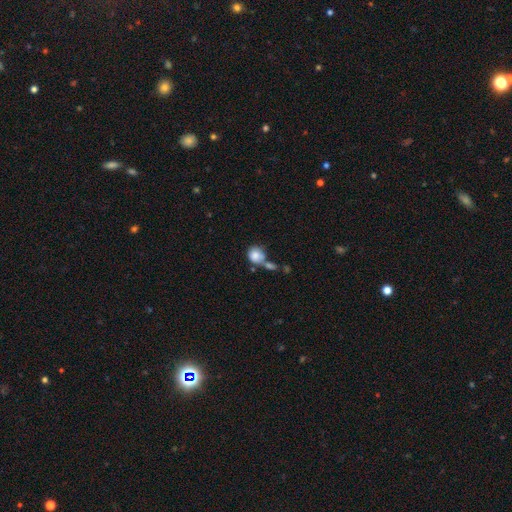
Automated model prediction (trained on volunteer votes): A smooth galaxy with no disk features (83%) that is round (83%). Merging: none (41%).